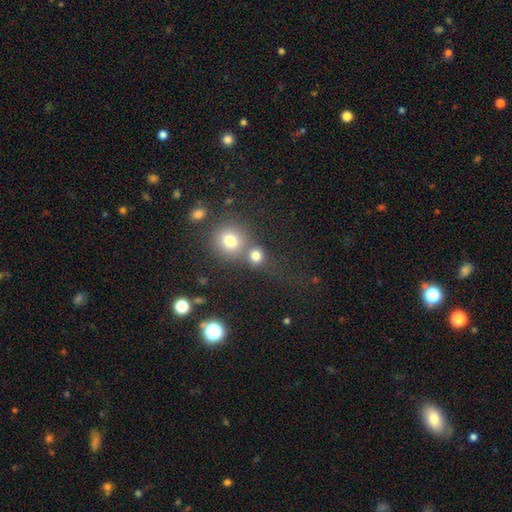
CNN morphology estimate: type=smooth (77%); roundness=round (85%); merging=none (53%).